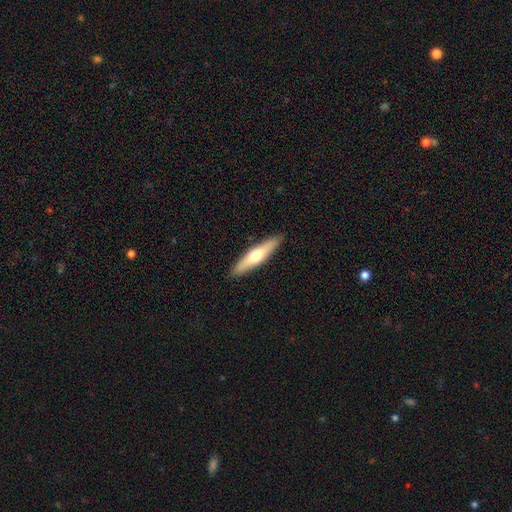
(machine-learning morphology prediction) Smooth or featured: smooth — 50% (featured or disk — 45%)
How rounded: cigar-shaped — 82% (in between — 17%)
Merging: none — 90% (minor disturbance — 7%)